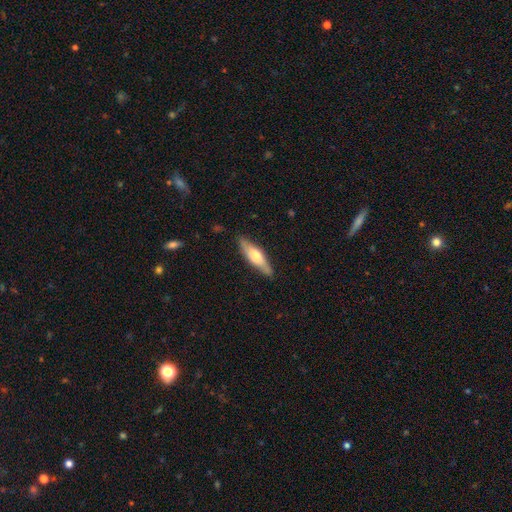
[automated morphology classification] A smooth galaxy with no disk features (55%) that is cigar-shaped (64%). Merging: none (83%).